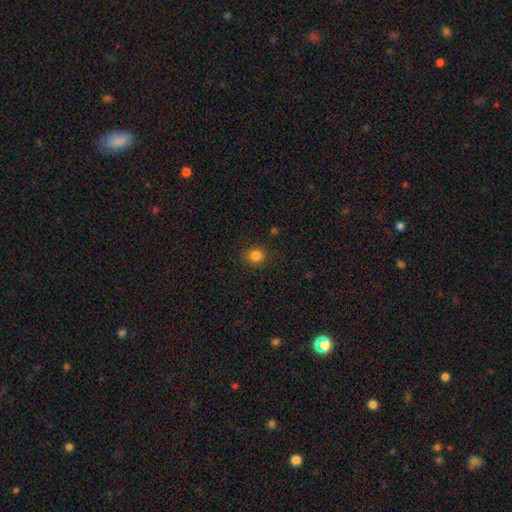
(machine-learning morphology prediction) smooth_or_featured: smooth (p=0.83) [alt: star or artifact p=0.12]
how_rounded: round (p=0.87) [alt: in between p=0.12]
merging: none (p=0.89) [alt: minor disturbance p=0.07]